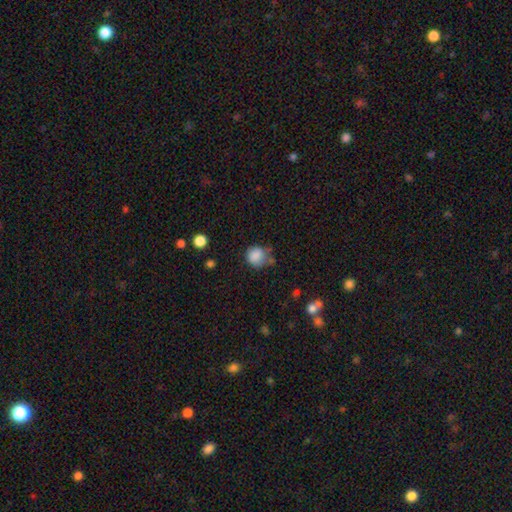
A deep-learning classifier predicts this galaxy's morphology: A smooth galaxy with no disk features (84%) that is round (77%). Merging: none (50%).